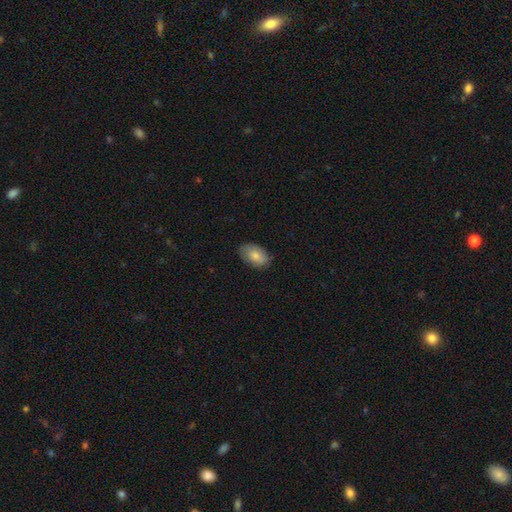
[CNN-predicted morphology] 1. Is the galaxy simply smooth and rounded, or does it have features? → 80% smooth, 13% featured or disk, 6% star or artifact.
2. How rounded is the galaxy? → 92% in between, 7% round, 1% cigar-shaped.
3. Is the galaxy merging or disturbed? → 80% none, 16% minor disturbance, 3% major disturbance, 1% merger.